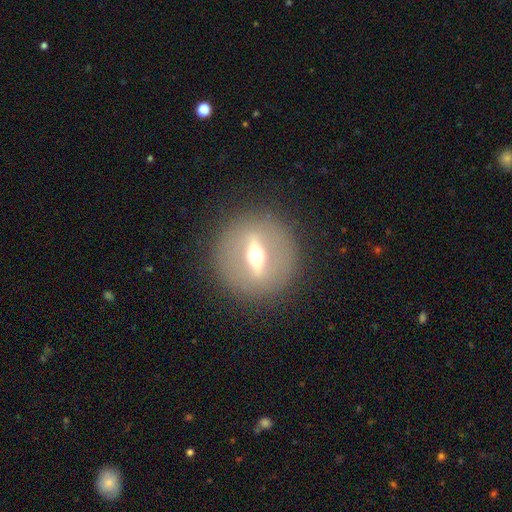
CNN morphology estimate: Smooth or featured? Predicted: featured or disk (p=0.73). Edge-on disk? Predicted: no (p=0.56). Merging? Predicted: none (p=0.88).